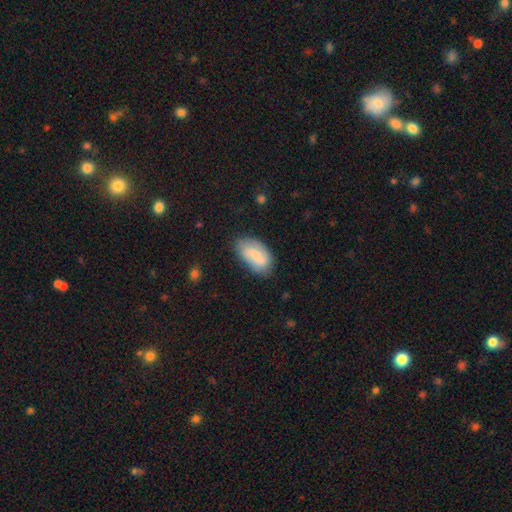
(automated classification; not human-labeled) Smooth or featured: smooth — 63% (featured or disk — 30%)
How rounded: in between — 93% (round — 4%)
Merging: none — 72% (minor disturbance — 21%)